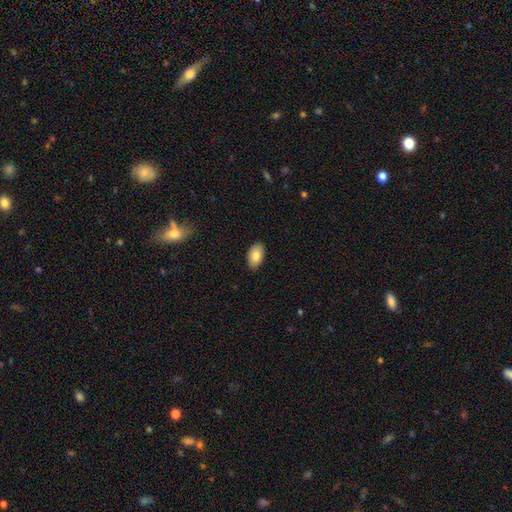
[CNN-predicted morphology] The model was most divided on "smooth or featured": smooth: 83%, featured or disk: 11%, star or artifact: 7%. More confident: how rounded — in between (94%); merging — none (87%).